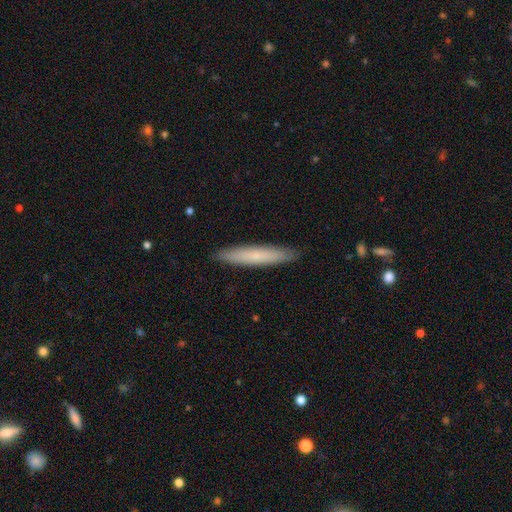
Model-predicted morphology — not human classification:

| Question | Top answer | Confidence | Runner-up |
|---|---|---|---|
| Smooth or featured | smooth | 68% | featured or disk (26%) |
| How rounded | cigar-shaped | 93% | in between (5%) |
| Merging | none | 91% | minor disturbance (7%) |